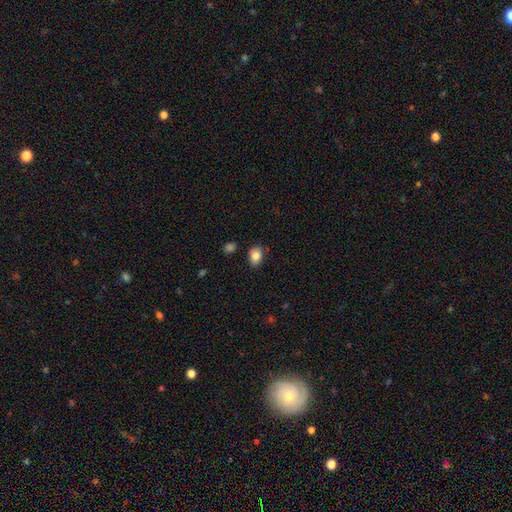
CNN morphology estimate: smooth 84%, star or artifact 8%, featured or disk 7%. Down the decision tree: how rounded — in between (75%); merging — none (84%).